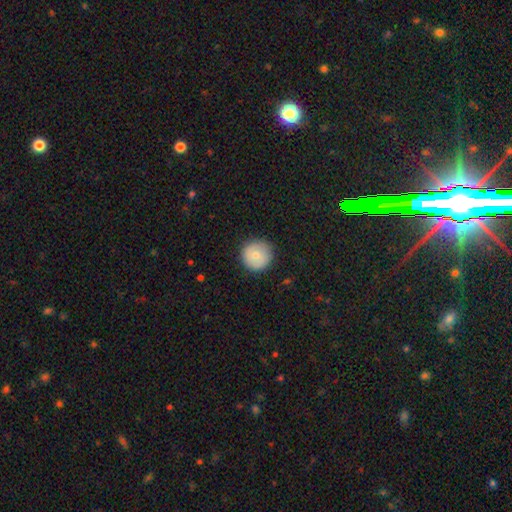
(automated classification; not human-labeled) Smooth or featured? Predicted: smooth (p=0.73). How rounded? Predicted: round (p=0.95). Merging? Predicted: none (p=0.86).